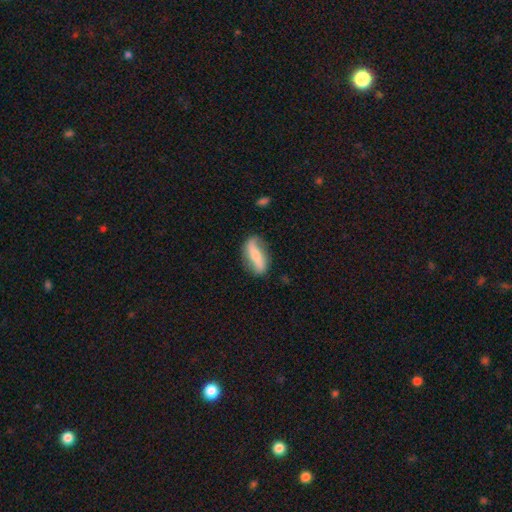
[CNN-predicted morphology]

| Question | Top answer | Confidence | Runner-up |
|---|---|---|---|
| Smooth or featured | featured or disk | 47% | smooth (46%) |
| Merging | none | 76% | minor disturbance (17%) |